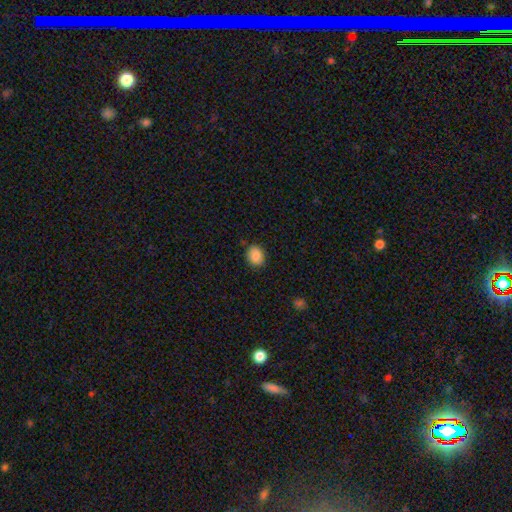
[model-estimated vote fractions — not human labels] smooth_or_featured: smooth (p=0.87) [alt: star or artifact p=0.08]
how_rounded: in between (p=0.50) [alt: round p=0.49]
merging: none (p=0.82) [alt: minor disturbance p=0.14]